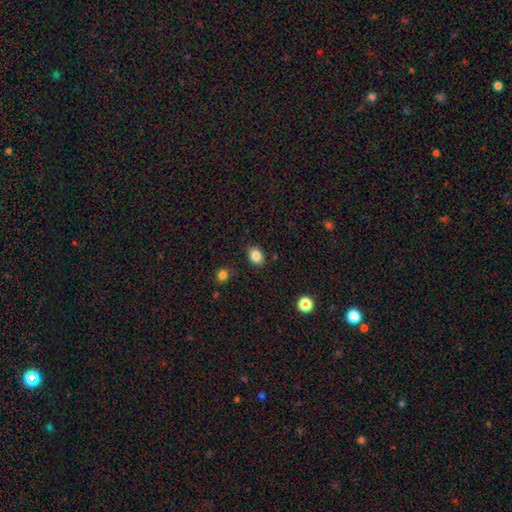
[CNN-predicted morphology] This appears to be a smooth galaxy with no disk features (85%) that is in between round and cigar-shaped (68%). Merging: none (86%).